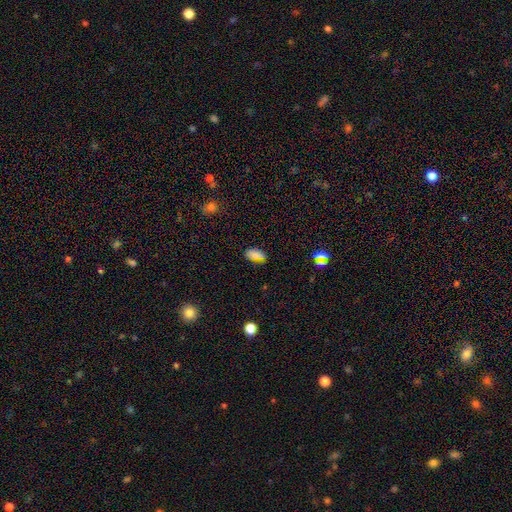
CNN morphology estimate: Q: Smooth or featured?
A: smooth (76%); runner-up: star or artifact (16%)
Q: How rounded?
A: in between (89%); runner-up: round (6%)
Q: Merging?
A: none (74%); runner-up: minor disturbance (18%)